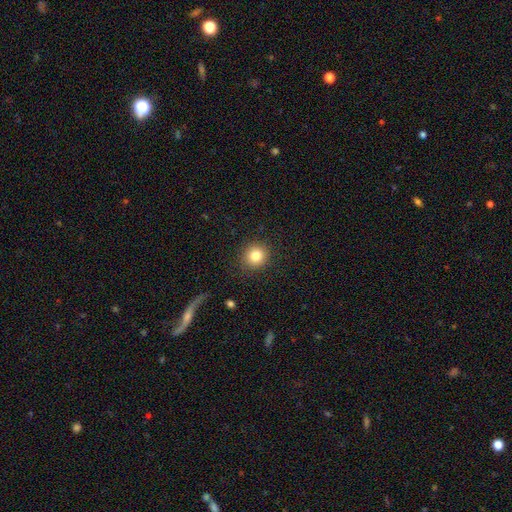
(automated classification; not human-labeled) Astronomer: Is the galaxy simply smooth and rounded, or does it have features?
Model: smooth — 82%.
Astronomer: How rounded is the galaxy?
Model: round — 91%.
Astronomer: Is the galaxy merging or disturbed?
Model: none — 89%.